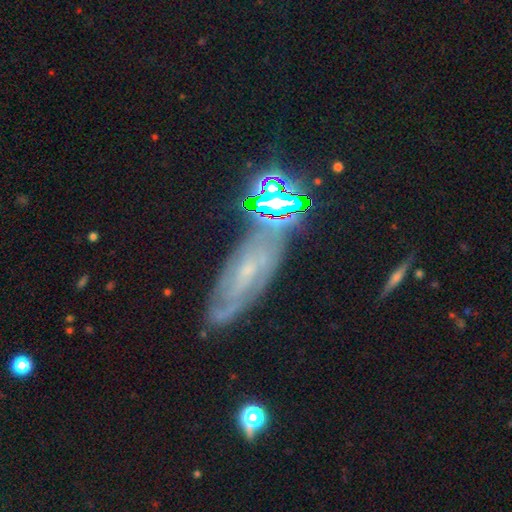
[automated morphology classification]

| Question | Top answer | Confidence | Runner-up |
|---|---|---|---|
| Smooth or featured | star or artifact | 40% | featured or disk (36%) |